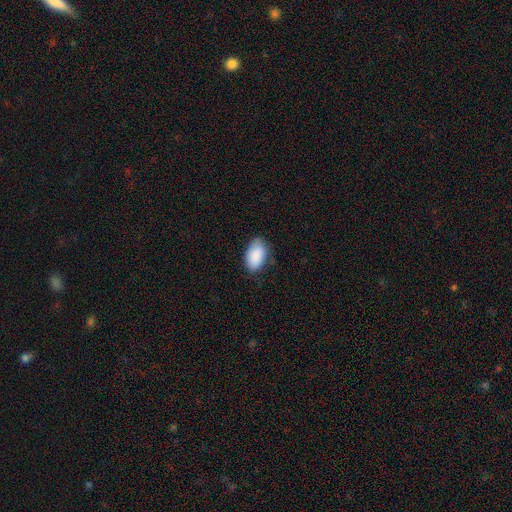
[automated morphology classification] The model was most divided on "merging": none: 75%, minor disturbance: 20%, major disturbance: 3%, merger: 1%. More confident: how rounded — in between (94%); smooth or featured — smooth (88%).